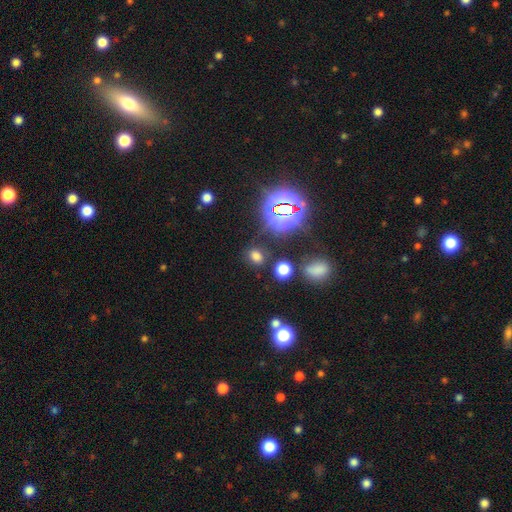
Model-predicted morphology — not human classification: Smooth or featured: smooth — 61% (star or artifact — 32%)
How rounded: in between — 56% (round — 42%)
Merging: none — 78% (minor disturbance — 12%)